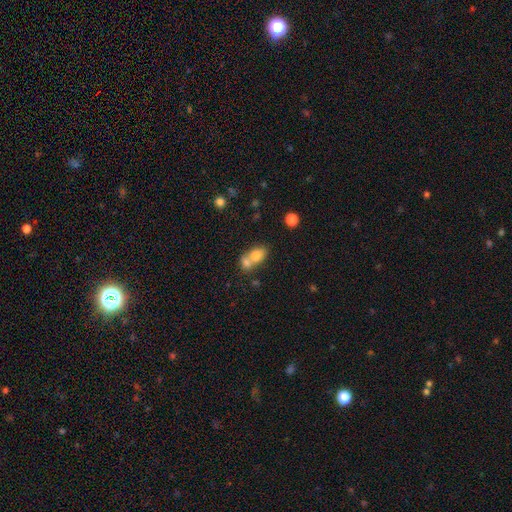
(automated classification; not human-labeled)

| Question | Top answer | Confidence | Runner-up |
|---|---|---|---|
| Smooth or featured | smooth | 76% | featured or disk (14%) |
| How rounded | in between | 64% | round (34%) |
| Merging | merger | 63% | none (26%) |